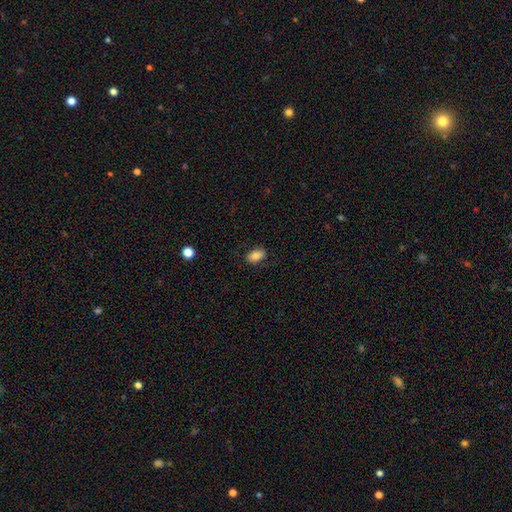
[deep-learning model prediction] A smooth galaxy with no disk features (82%) that is in between round and cigar-shaped (87%).

Vote fractions:
- Smooth or featured? smooth: 82% / star or artifact: 9% / featured or disk: 9%
- How rounded? in between: 87% / round: 12% / cigar-shaped: 2%
- Merging? none: 84% / minor disturbance: 12% / major disturbance: 3% / merger: 1%